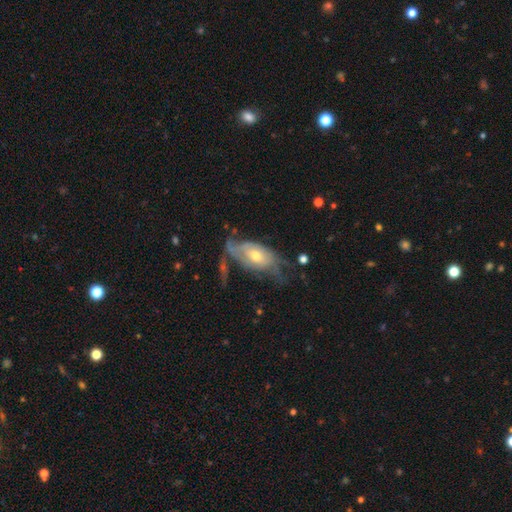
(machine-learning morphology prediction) smooth-or-featured: featured or disk: 62% | smooth: 31% | star or artifact: 7%
  disk-edge-on: no: 88% | yes: 12%
    bar: no: 73% | weak: 22% | strong: 5%
    has-spiral-arms: yes: 64% | no: 36%
    bulge-size: moderate: 63% | small: 30% | large: 5% | none: 1% | dominant: 1%
  merging: none: 35% | major disturbance: 30% | minor disturbance: 28% | merger: 7%